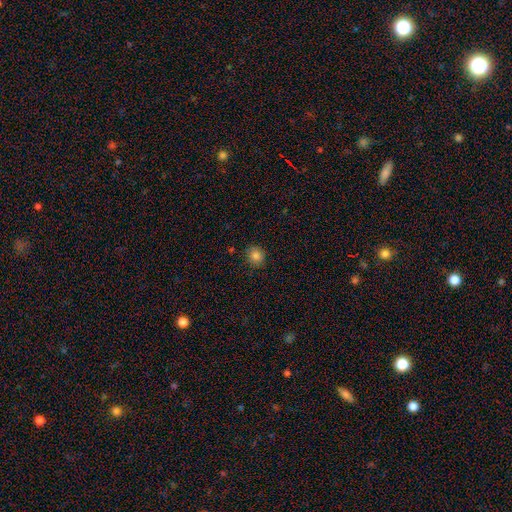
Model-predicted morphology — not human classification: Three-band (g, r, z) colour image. It shows a smooth galaxy with no disk features (83%) that is round (86%). Merging: none (87%).